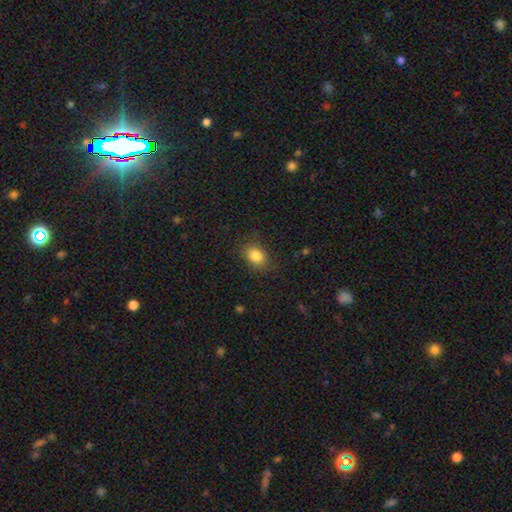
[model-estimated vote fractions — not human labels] A smooth galaxy with no disk features (84%) that is in between round and cigar-shaped (66%). Merging: none (83%).